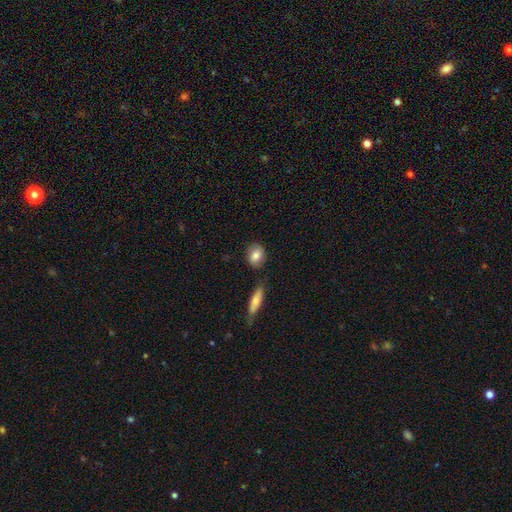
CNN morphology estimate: This is likely a smooth galaxy (80%). How rounded: possibly in between (50%). Merging: likely none (77%).